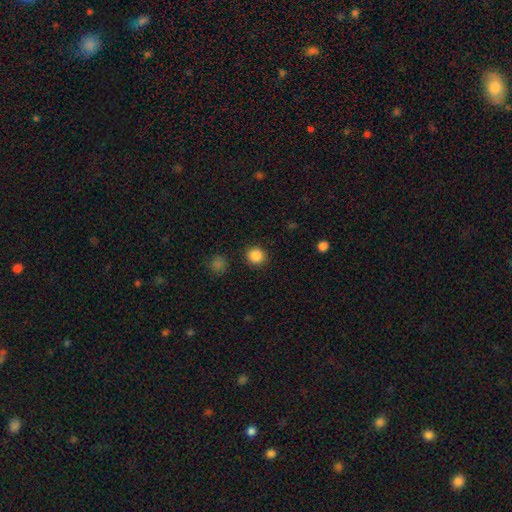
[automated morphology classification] Smooth or featured? smooth (87%)
How rounded? round (93%)
Merging? none (90%)